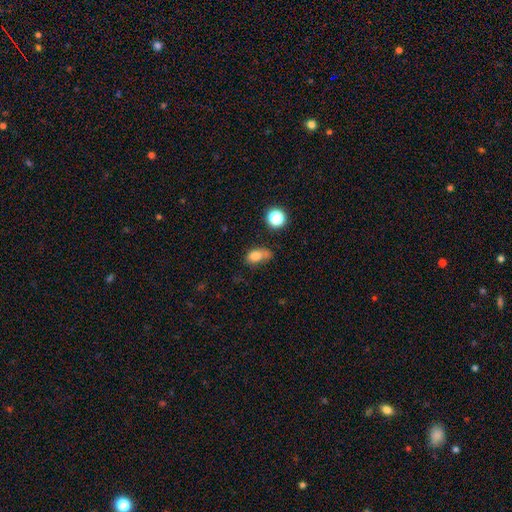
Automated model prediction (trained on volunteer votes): Smooth or featured: smooth — 78% (star or artifact — 12%)
How rounded: in between — 75% (round — 22%)
Merging: none — 39% (minor disturbance — 31%)